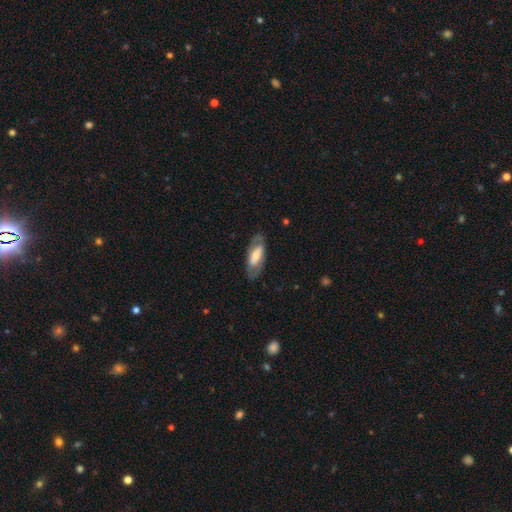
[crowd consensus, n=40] This appears to be a featured or disk galaxy (70%) with a strong bar (72%), no spiral arms (52%) and a moderate central bulge (40%). Merging: none (87%).